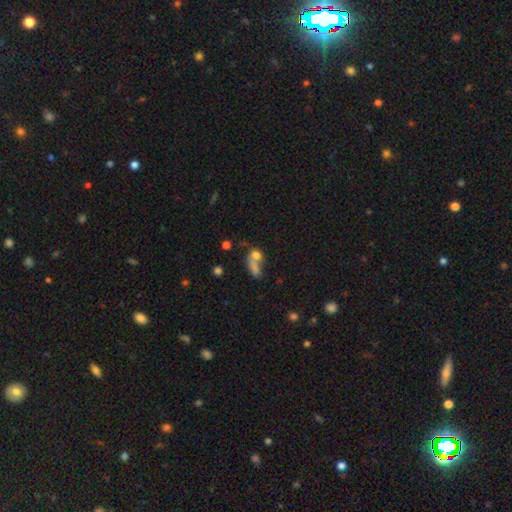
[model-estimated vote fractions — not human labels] A smooth galaxy with no disk features (53%) that is in between round and cigar-shaped (47%). Merging: merger (45%).